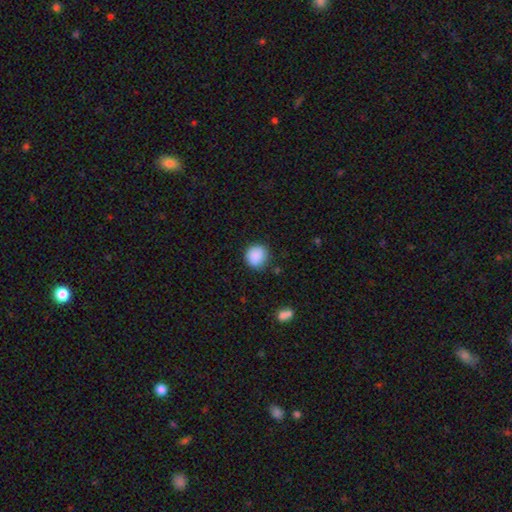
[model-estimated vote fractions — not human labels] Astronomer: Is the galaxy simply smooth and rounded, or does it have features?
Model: smooth — 88%.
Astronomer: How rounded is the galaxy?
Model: round — 85%.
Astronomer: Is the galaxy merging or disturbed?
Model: none — 84%.